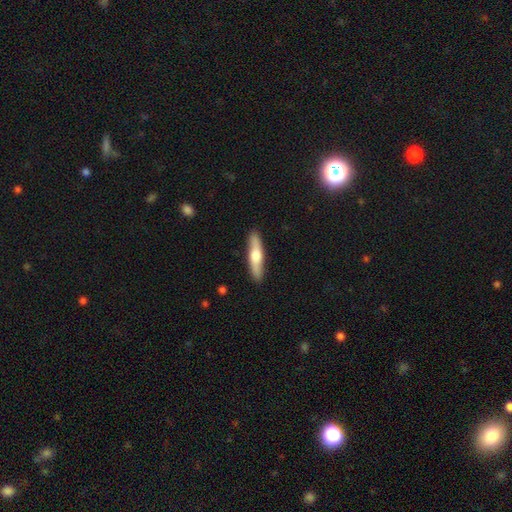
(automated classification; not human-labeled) The model was most divided on "smooth or featured": smooth: 52%, featured or disk: 44%, star or artifact: 5%. More confident: merging — none (89%); how rounded — cigar-shaped (84%).